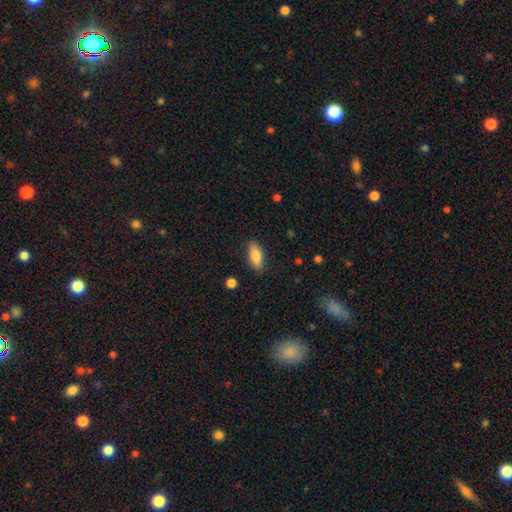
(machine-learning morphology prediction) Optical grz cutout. It shows a smooth galaxy with no disk features (84%) that is in between round and cigar-shaped (79%). Merging: none (85%).